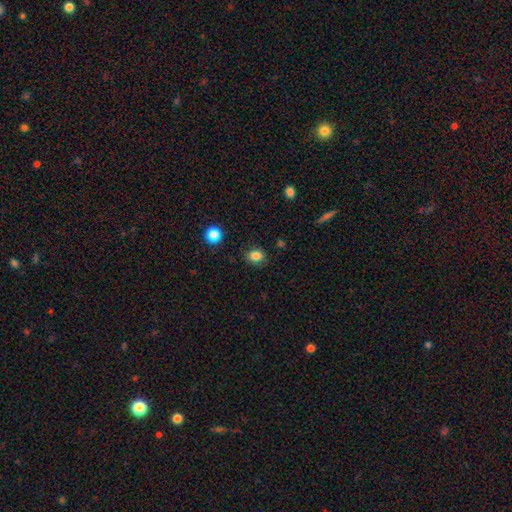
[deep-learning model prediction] Q: Smooth or featured?
A: smooth (84%); runner-up: star or artifact (11%)
Q: How rounded?
A: round (56%); runner-up: in between (43%)
Q: Merging?
A: none (85%); runner-up: minor disturbance (11%)